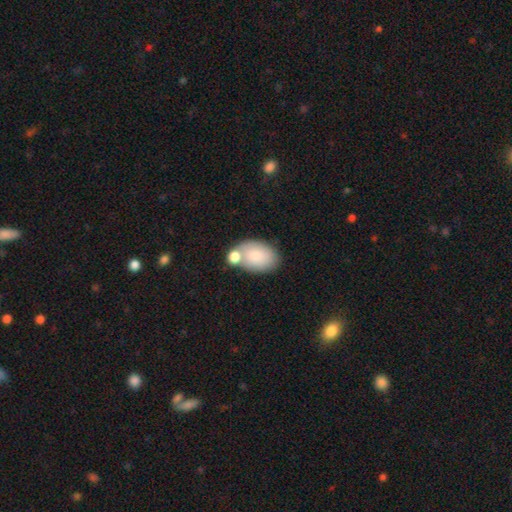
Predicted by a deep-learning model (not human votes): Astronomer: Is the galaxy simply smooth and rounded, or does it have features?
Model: smooth — 82%.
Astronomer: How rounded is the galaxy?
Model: in between — 88%.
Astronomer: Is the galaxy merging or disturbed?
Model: none — 49% (runner-up: merger, 30%).